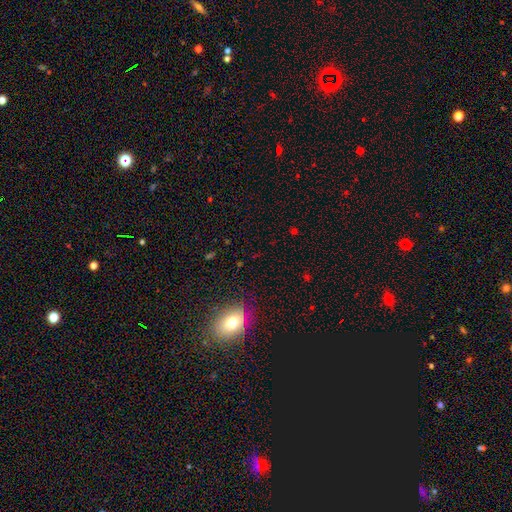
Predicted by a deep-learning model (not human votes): Smooth or featured: smooth — 49% (star or artifact — 41%)
Merging: none — 79% (minor disturbance — 11%)